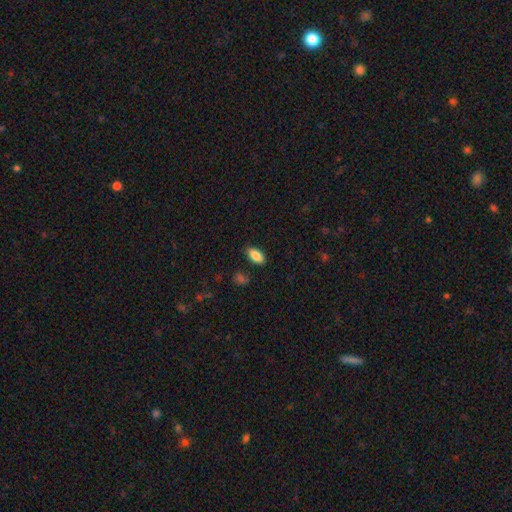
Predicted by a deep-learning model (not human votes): smooth 86%, star or artifact 7%, featured or disk 7%. Down the decision tree: how rounded — in between (90%); merging — none (85%).